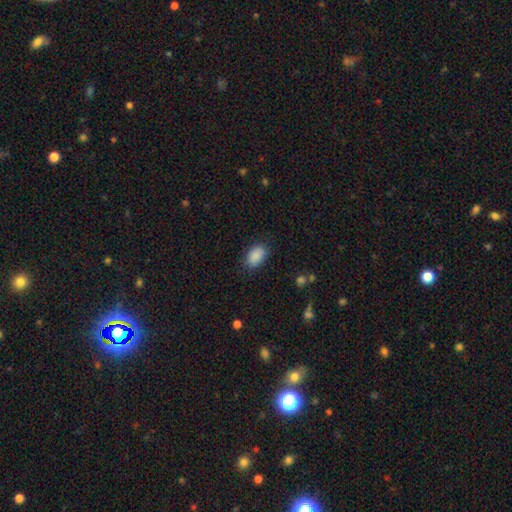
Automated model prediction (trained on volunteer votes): This is clearly a smooth galaxy (89%). How rounded: clearly in between (89%). Merging: clearly none (81%).